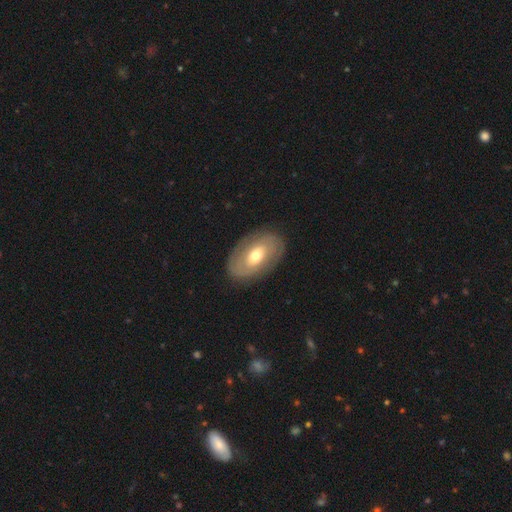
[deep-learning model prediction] This appears to be a featured or disk galaxy (54%). Merging: none (84%).